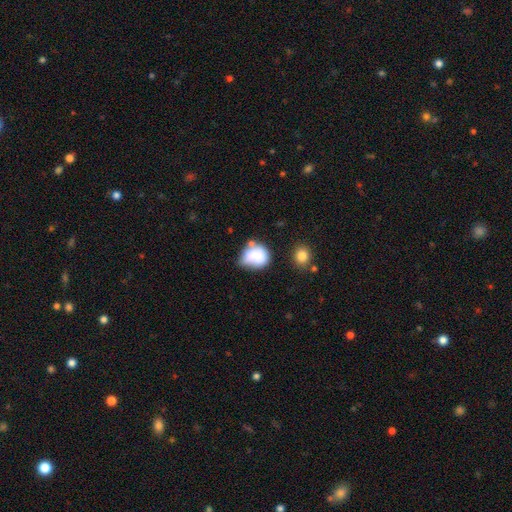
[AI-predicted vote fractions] Smooth or featured? Predicted: smooth (p=0.76). How rounded? Predicted: round (p=0.56). Merging? Predicted: none (p=0.36).